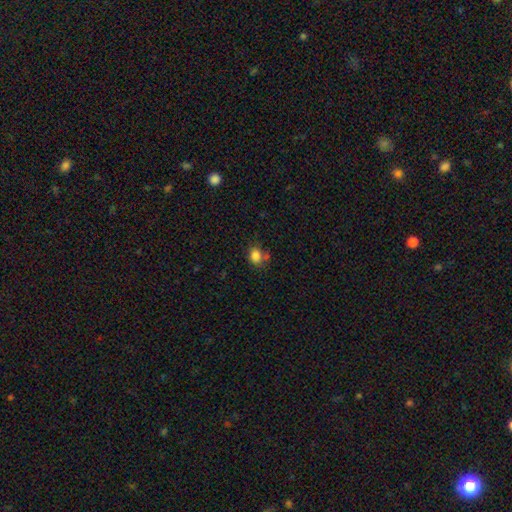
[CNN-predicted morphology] Smooth or featured: smooth — 83% (star or artifact — 11%)
How rounded: round — 54% (in between — 45%)
Merging: none — 63% (minor disturbance — 18%)